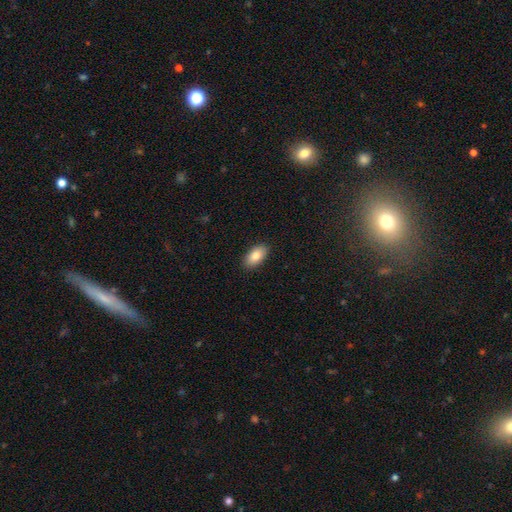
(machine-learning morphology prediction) smooth_or_featured: smooth (p=0.83) [alt: featured or disk p=0.10]
how_rounded: in between (p=0.93) [alt: cigar-shaped p=0.04]
merging: none (p=0.89) [alt: minor disturbance p=0.08]